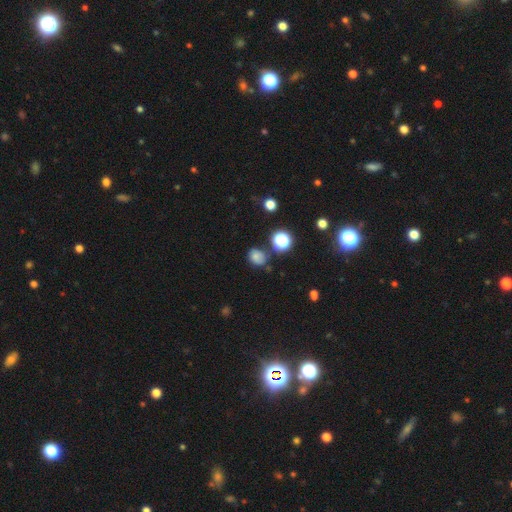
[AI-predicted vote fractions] A smooth galaxy with no disk features (66%) that is round (62%). Merging: none (66%).